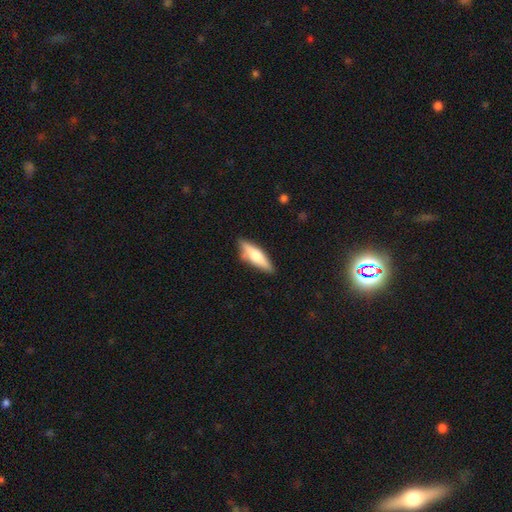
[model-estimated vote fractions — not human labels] This appears to be a smooth galaxy with no disk features (57%) that is cigar-shaped (65%). Merging: none (78%).